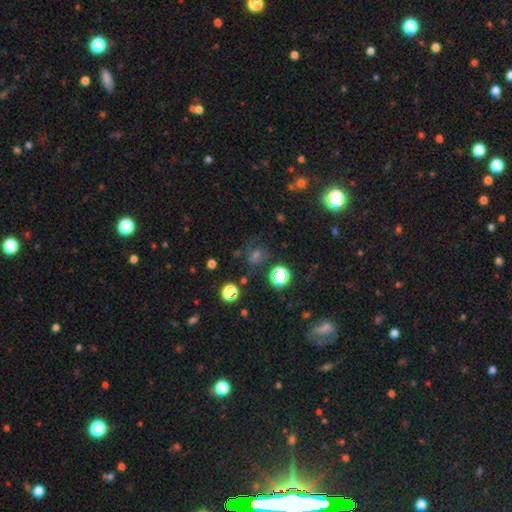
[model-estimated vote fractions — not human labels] smooth_or_featured: star or artifact (p=0.47) [alt: smooth p=0.33]